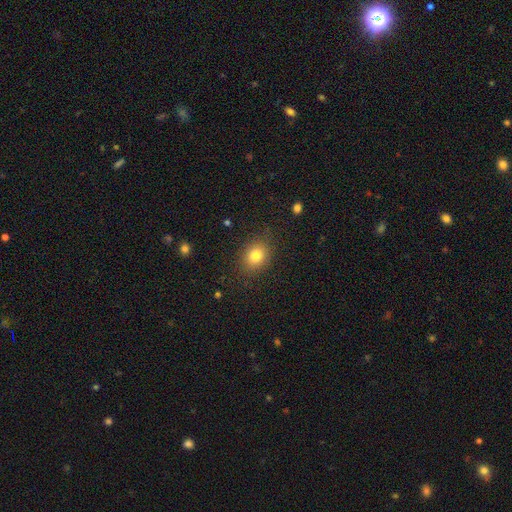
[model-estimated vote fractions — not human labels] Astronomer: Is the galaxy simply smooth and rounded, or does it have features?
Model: smooth — 80%.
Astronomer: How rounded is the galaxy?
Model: round — 53% (runner-up: in between, 46%).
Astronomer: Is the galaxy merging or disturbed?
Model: none — 83%.